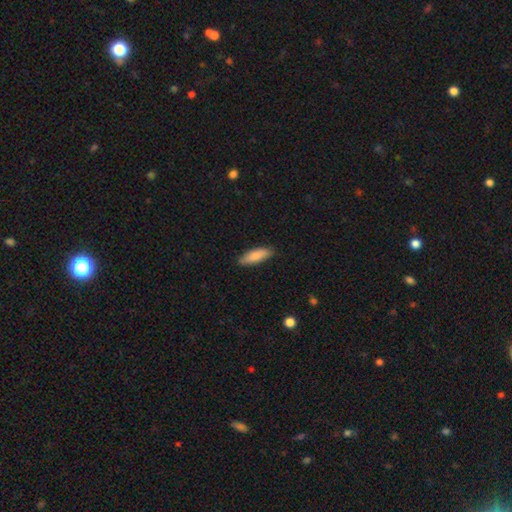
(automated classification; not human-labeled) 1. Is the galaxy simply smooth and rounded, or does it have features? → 86% smooth, 8% featured or disk, 6% star or artifact.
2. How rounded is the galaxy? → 52% in between, 46% cigar-shaped, 2% round.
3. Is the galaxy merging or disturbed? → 86% none, 11% minor disturbance, 2% major disturbance, 1% merger.